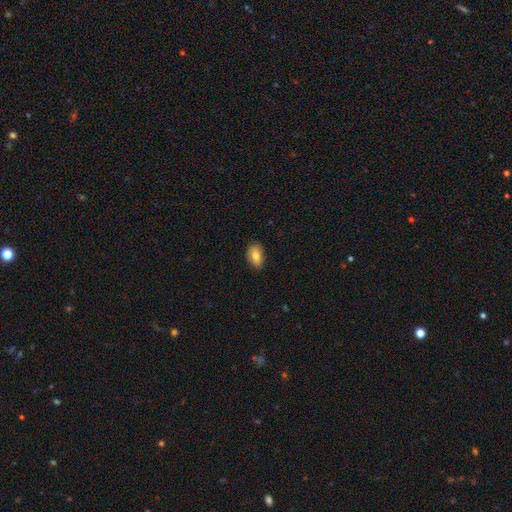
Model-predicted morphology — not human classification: A smooth galaxy with no disk features (78%) that is in between round and cigar-shaped (90%). Merging: none (83%).